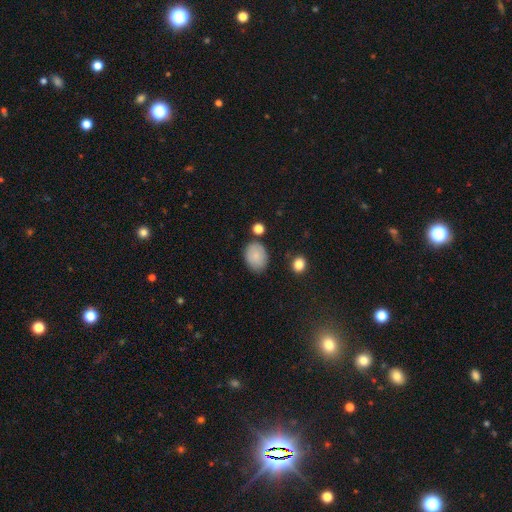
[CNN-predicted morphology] smooth-or-featured: smooth: 84% | featured or disk: 8% | star or artifact: 8%
  how-rounded: in between: 70% | round: 29% | cigar-shaped: 1%
  merging: none: 76% | minor disturbance: 17% | major disturbance: 4% | merger: 4%